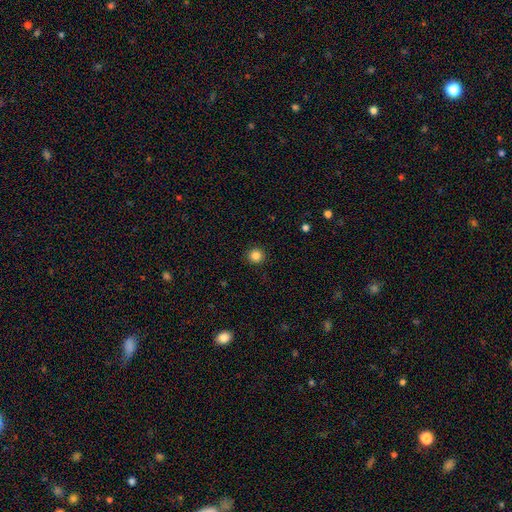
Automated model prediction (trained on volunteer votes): smooth-or-featured: smooth: 85% | star or artifact: 11% | featured or disk: 4%
  how-rounded: round: 94% | in between: 5% | cigar-shaped: 1%
  merging: none: 93% | minor disturbance: 5% | major disturbance: 2% | merger: 1%